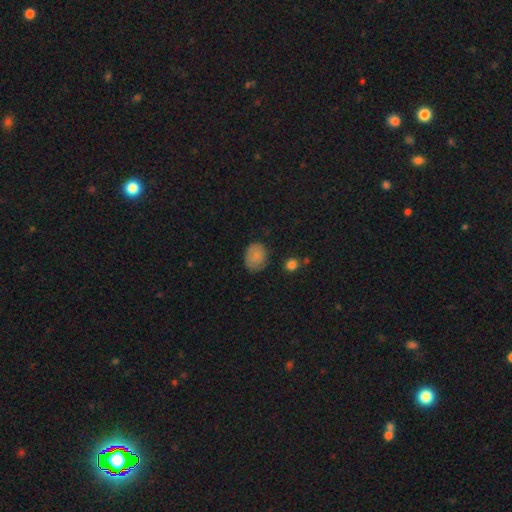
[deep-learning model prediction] smooth-or-featured: smooth: 81% | star or artifact: 10% | featured or disk: 9%
  how-rounded: round: 56% | in between: 43% | cigar-shaped: 1%
  merging: none: 77% | minor disturbance: 18% | major disturbance: 4% | merger: 2%